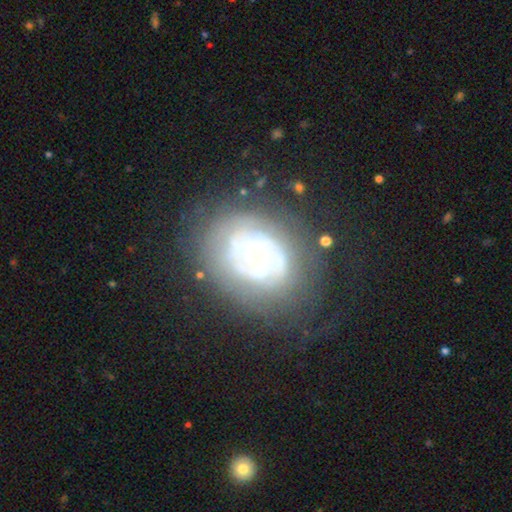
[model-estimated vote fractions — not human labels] This is likely a featured or disk galaxy (74%). It is clearly not viewed edge-on (96%). Bar: clearly no (83%). Spiral arm pattern: possibly yes (51%). Central bulge: likely small (61%). Merging: likely none (62%).